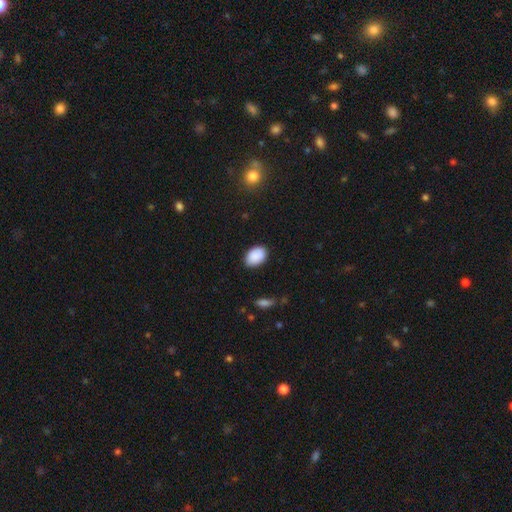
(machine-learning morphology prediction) Smooth or featured: smooth — 90% (star or artifact — 7%)
How rounded: in between — 87% (round — 12%)
Merging: none — 85% (minor disturbance — 12%)